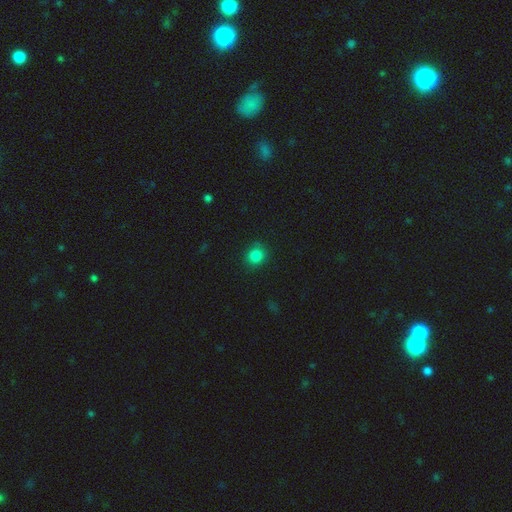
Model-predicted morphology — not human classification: smooth_or_featured: smooth (p=0.84) [alt: star or artifact p=0.12]
how_rounded: round (p=0.81) [alt: in between p=0.18]
merging: none (p=0.86) [alt: minor disturbance p=0.11]